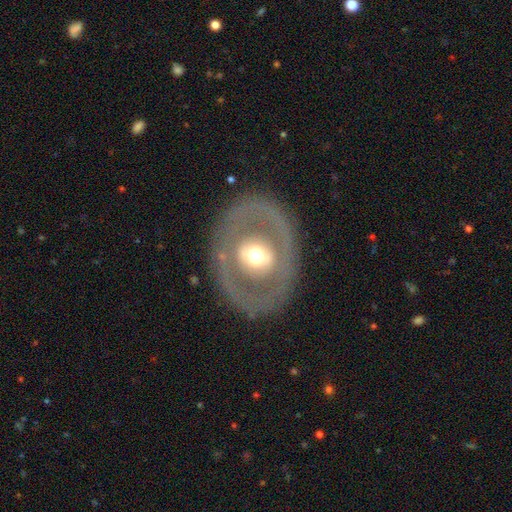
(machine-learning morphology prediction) The model was most divided on "smooth or featured": featured or disk: 62%, smooth: 31%, star or artifact: 6%. More confident: edge-on disk — no (92%); spiral arms — no (86%); merging — none (79%); bulge size — moderate (62%); bar — no (61%).